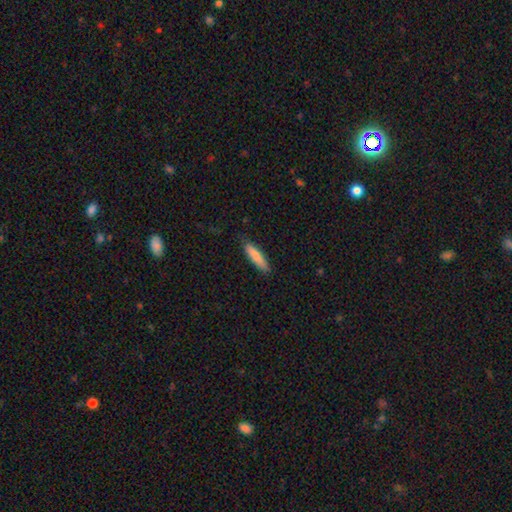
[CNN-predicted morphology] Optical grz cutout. It shows a smooth galaxy with no disk features (82%) that is cigar-shaped (75%). Merging: none (83%).